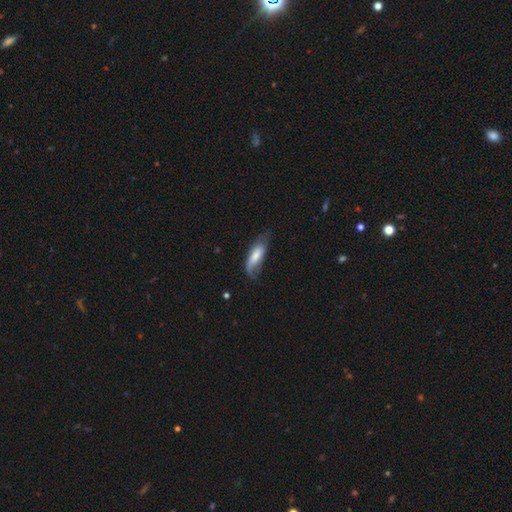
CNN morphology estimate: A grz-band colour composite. It shows a smooth galaxy with no disk features (63%) that is in between round and cigar-shaped (63%). Merging: none (47%).